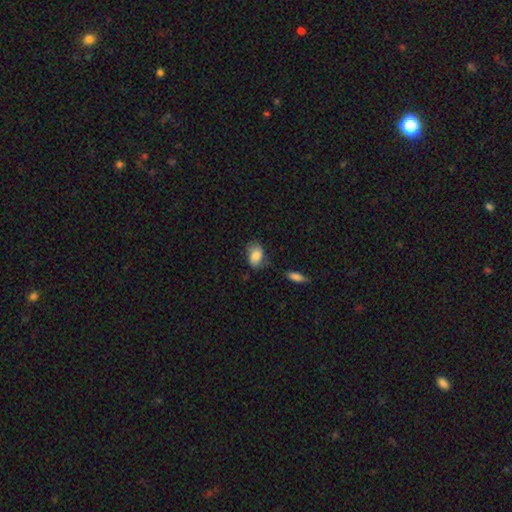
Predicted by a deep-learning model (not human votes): The model was most divided on "merging": none: 59%, minor disturbance: 28%, major disturbance: 8%, merger: 4%. More confident: how rounded — in between (82%); smooth or featured — smooth (77%).